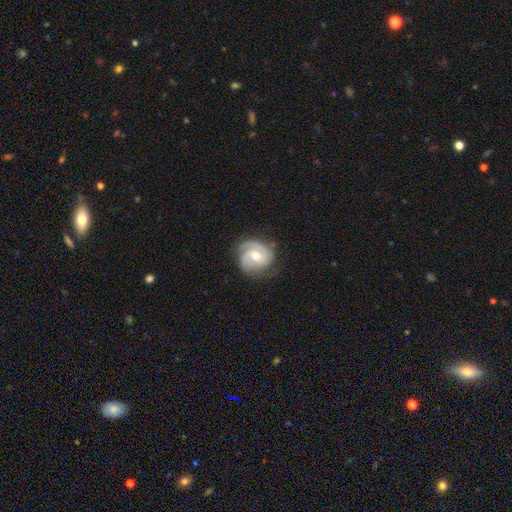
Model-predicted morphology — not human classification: type=featured or disk (82%); edge-on=no (98%); bar=no (62%); spiral arms=yes (96%); winding=tight (58%); arm count=2 (44%); bulge=moderate (71%); merging=none (70%).